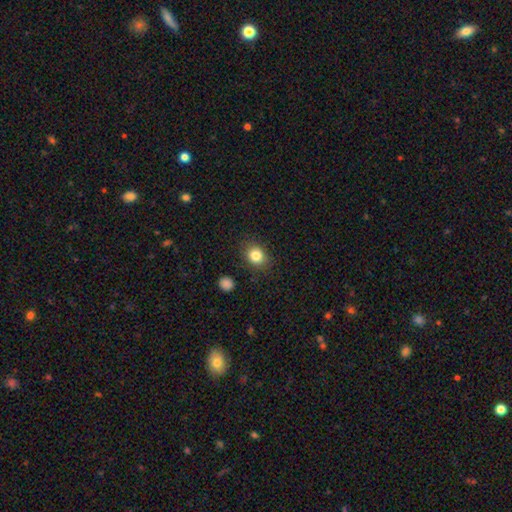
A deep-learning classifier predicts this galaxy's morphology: Smooth or featured? Predicted: smooth (p=0.83). How rounded? Predicted: round (p=0.58). Merging? Predicted: none (p=0.85).